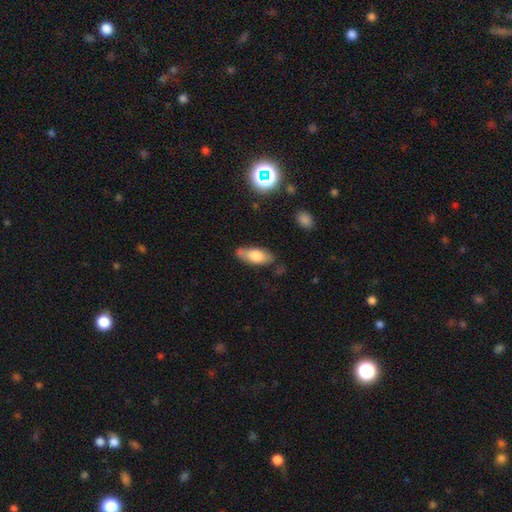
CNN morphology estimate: Smooth or featured? smooth (72%)
How rounded? in between (81%)
Merging? none (70%)